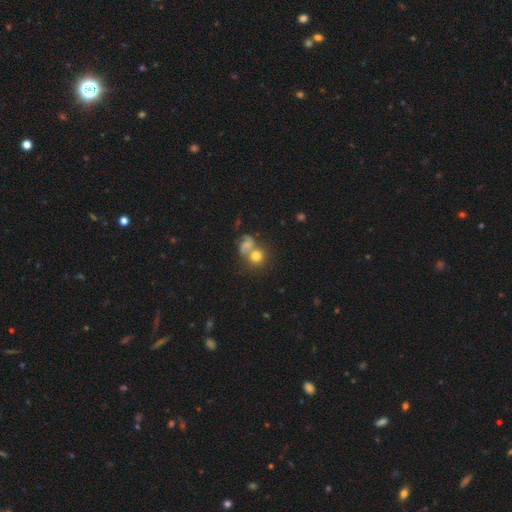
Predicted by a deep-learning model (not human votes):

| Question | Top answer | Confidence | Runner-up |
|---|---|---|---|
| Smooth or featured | smooth | 68% | featured or disk (20%) |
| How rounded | round | 80% | in between (18%) |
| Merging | merger | 44% | none (40%) |